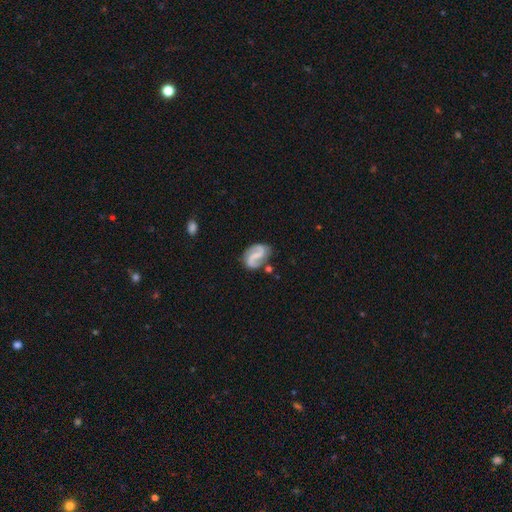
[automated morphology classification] smooth-or-featured: featured or disk: 84% | smooth: 11% | star or artifact: 5%
  disk-edge-on: no: 98% | yes: 2%
    bar: weak: 40% | strong: 34% | no: 26%
    has-spiral-arms: yes: 95% | no: 5%
      spiral-winding: loose: 44% | medium: 42% | tight: 15%
      spiral-arm-count: 2: 92% | 1: 3% | can't tell: 3% | 3: 1% | 4: 1% | more than 4: 1%
    bulge-size: none: 59% | small: 27% | moderate: 11% | large: 2% | dominant: 1%
  merging: none: 72% | minor disturbance: 17% | major disturbance: 6% | merger: 5%